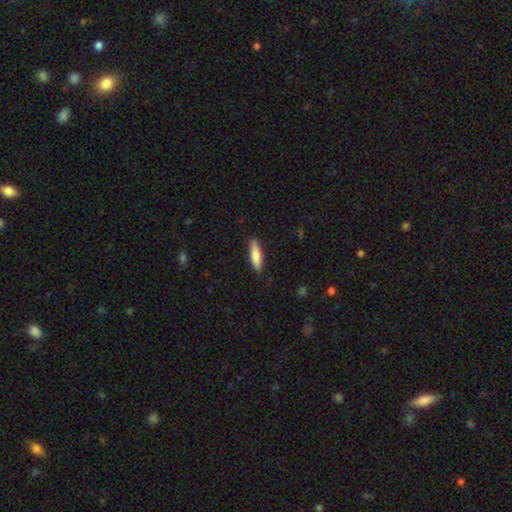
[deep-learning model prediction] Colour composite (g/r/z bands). It shows a smooth galaxy with no disk features (78%) that is cigar-shaped (69%). Merging: none (86%).